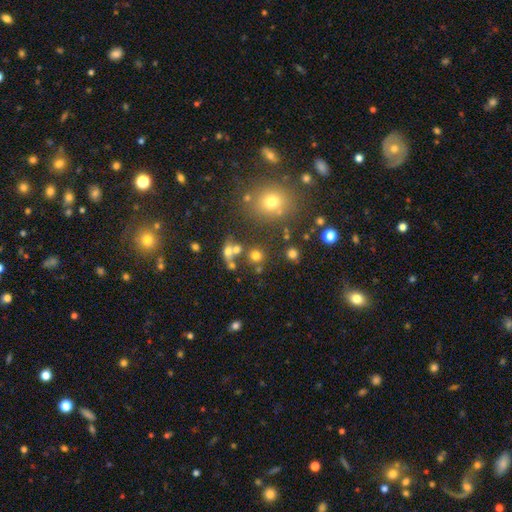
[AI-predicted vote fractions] smooth_or_featured: smooth (p=0.70) [alt: star or artifact p=0.18]
how_rounded: round (p=0.88) [alt: in between p=0.11]
merging: none (p=0.67) [alt: merger p=0.19]